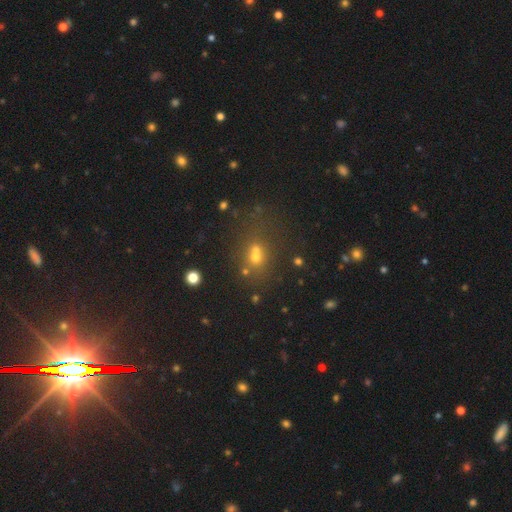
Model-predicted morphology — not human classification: smooth_or_featured: smooth (p=0.53) [alt: star or artifact p=0.29]
how_rounded: round (p=0.65) [alt: in between p=0.33]
merging: merger (p=0.45) [alt: none p=0.41]